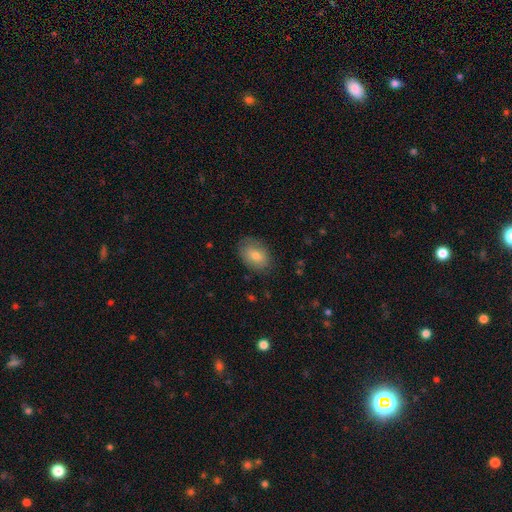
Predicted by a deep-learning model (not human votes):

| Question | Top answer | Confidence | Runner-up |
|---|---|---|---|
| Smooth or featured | smooth | 76% | featured or disk (16%) |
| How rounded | in between | 82% | round (17%) |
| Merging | none | 79% | minor disturbance (16%) |